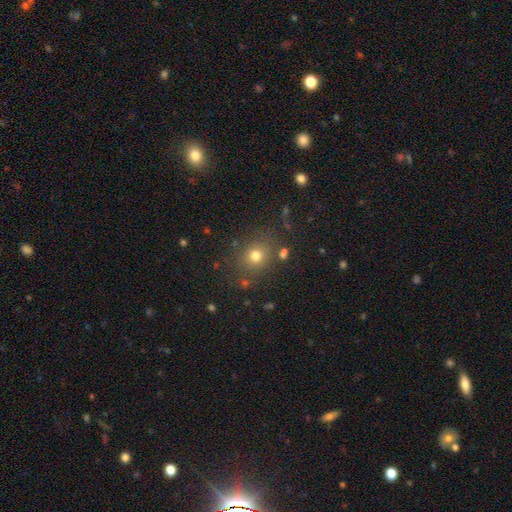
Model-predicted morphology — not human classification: This is likely a smooth galaxy (73%). How rounded: likely round (76%). Merging: clearly none (80%).